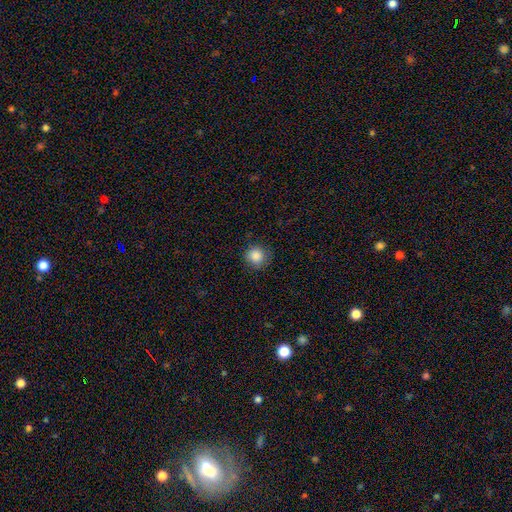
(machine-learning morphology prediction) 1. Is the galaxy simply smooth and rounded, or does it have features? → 86% smooth, 10% star or artifact, 4% featured or disk.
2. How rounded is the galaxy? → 93% round, 6% in between, 1% cigar-shaped.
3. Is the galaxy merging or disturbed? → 83% none, 12% minor disturbance, 3% major disturbance, 1% merger.